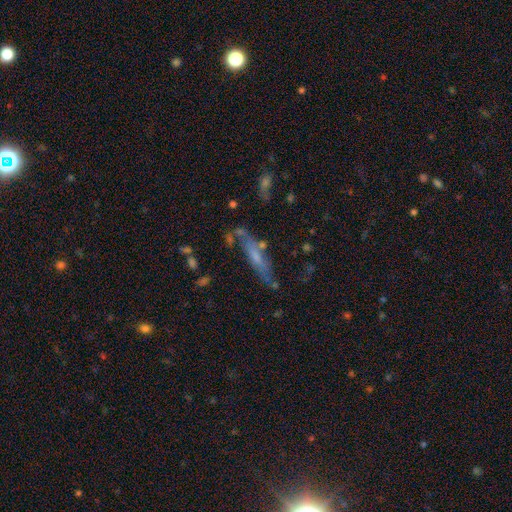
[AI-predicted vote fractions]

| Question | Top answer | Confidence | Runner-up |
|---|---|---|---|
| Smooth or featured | featured or disk | 47% | smooth (43%) |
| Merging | none | 59% | minor disturbance (20%) |